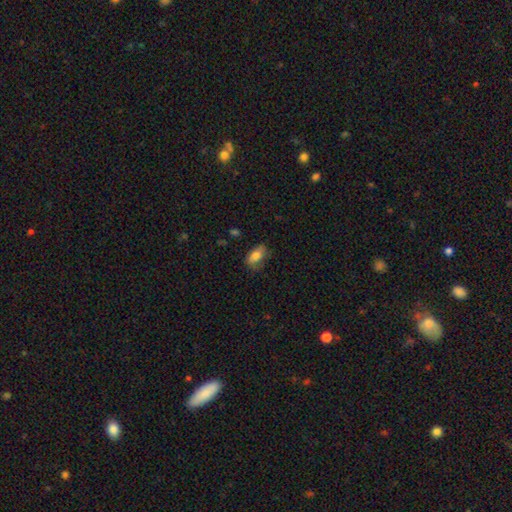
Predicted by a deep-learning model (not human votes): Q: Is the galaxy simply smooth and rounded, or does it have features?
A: smooth — 80%.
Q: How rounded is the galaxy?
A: in between — 88%.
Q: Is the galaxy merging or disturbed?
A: none — 66%.